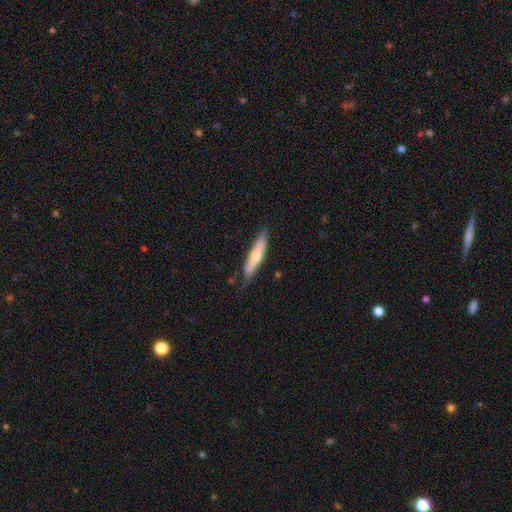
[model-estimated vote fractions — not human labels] Smooth or featured? smooth (60%)
How rounded? cigar-shaped (81%)
Merging? none (77%)